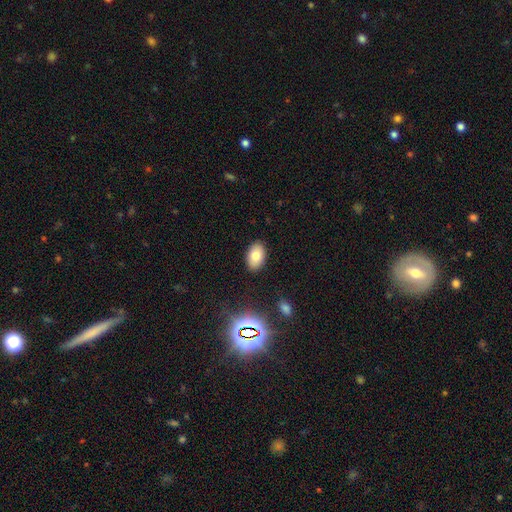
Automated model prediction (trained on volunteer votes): Smooth or featured: smooth — 77% (featured or disk — 12%)
How rounded: in between — 91% (round — 8%)
Merging: none — 88% (minor disturbance — 9%)